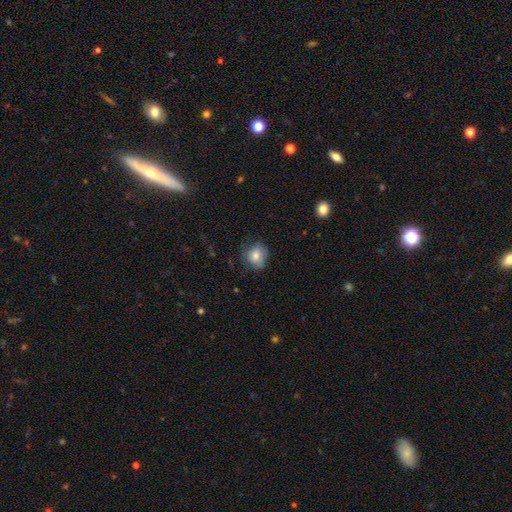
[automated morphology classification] Q: Smooth or featured?
A: smooth (76%); runner-up: featured or disk (15%)
Q: How rounded?
A: round (71%); runner-up: in between (28%)
Q: Merging?
A: none (65%); runner-up: minor disturbance (25%)